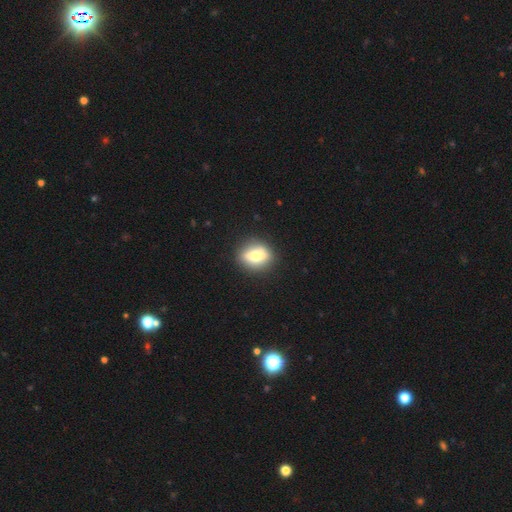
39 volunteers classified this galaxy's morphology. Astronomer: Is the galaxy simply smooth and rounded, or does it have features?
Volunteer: smooth — 64%.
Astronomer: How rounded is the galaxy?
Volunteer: round — 64%.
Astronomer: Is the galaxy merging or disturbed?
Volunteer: none — 91%.